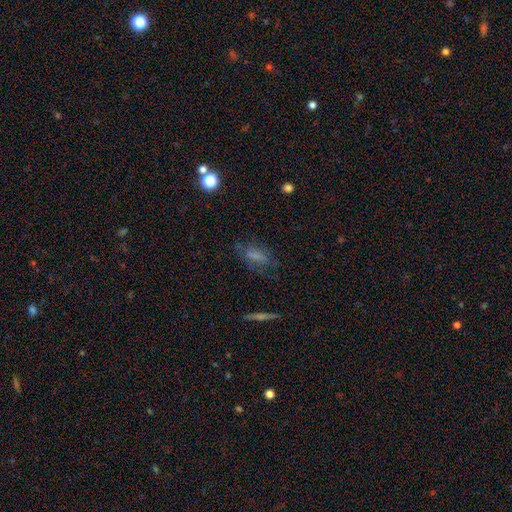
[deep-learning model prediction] A smooth galaxy with no disk features (57%) that is in between round and cigar-shaped (70%). Merging: none (61%).